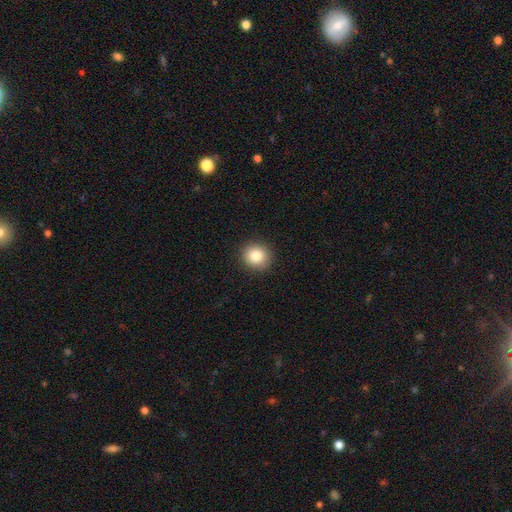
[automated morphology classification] type=smooth (85%); roundness=round (89%); merging=none (91%).